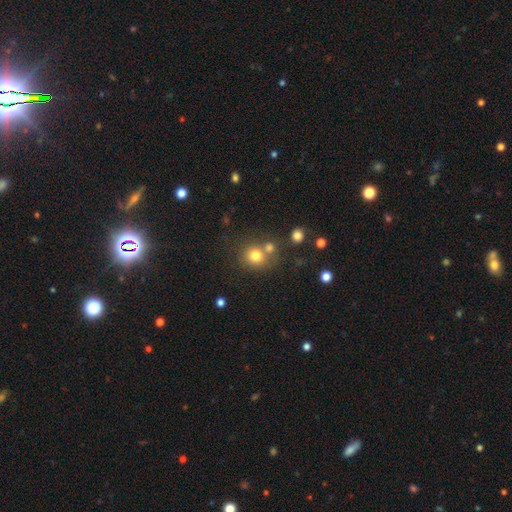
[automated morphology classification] This appears to be a smooth galaxy with no disk features (77%) that is round (87%). Merging: none (61%).